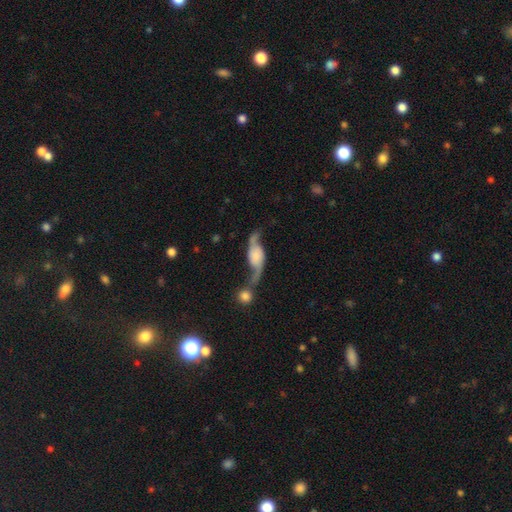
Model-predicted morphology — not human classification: Smooth or featured? Predicted: featured or disk (p=0.80). Edge-on disk? Predicted: no (p=0.89). Bar? Predicted: no (p=0.64). Spiral arms? Predicted: yes (p=0.93). Spiral winding? Predicted: loose (p=0.86). Spiral arm count? Predicted: 2 (p=0.93). Bulge size? Predicted: small (p=0.30). Merging? Predicted: none (p=0.38).